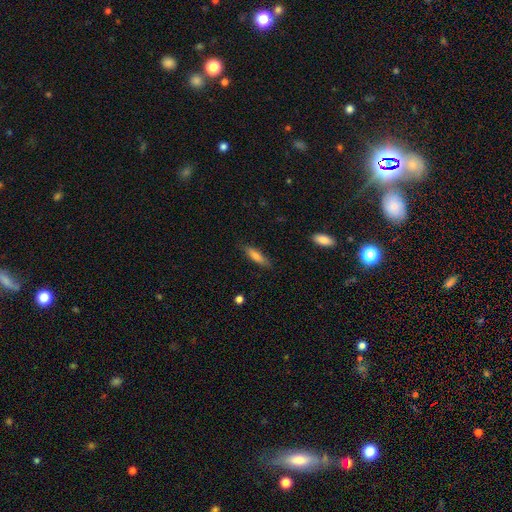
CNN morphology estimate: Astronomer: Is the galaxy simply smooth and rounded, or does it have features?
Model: smooth — 76%.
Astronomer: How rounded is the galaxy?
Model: cigar-shaped — 66%.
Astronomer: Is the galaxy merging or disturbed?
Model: none — 83%.